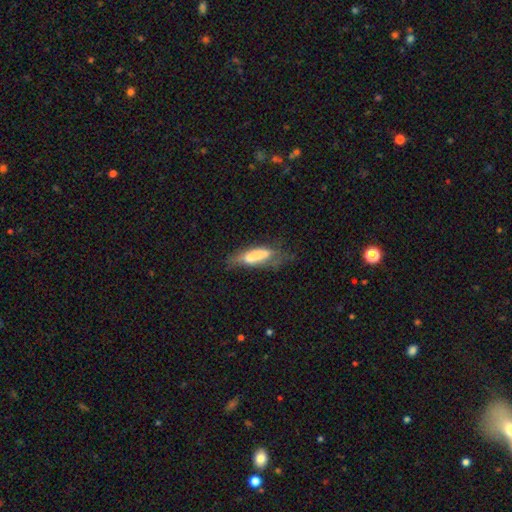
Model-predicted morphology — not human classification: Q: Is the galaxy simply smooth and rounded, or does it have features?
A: smooth — 59%.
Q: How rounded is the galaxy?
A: cigar-shaped — 51%.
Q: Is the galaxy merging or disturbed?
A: none — 36%.